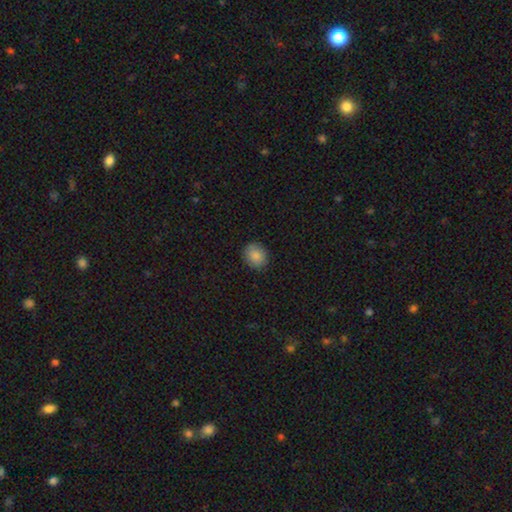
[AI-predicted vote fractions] Smooth or featured? Predicted: smooth (p=0.87). How rounded? Predicted: round (p=0.67). Merging? Predicted: none (p=0.88).